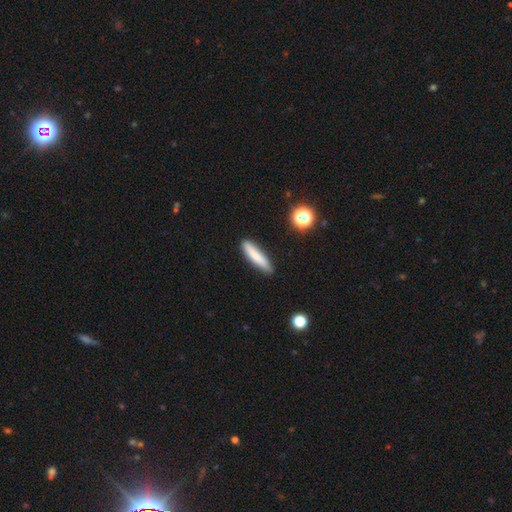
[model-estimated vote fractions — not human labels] Smooth or featured: smooth — 79% (featured or disk — 13%)
How rounded: cigar-shaped — 85% (in between — 13%)
Merging: none — 86% (minor disturbance — 10%)